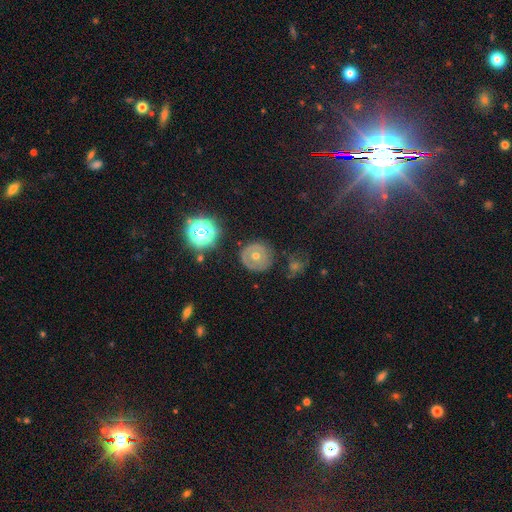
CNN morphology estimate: Smooth or featured? featured or disk (42%)
Merging? none (80%)